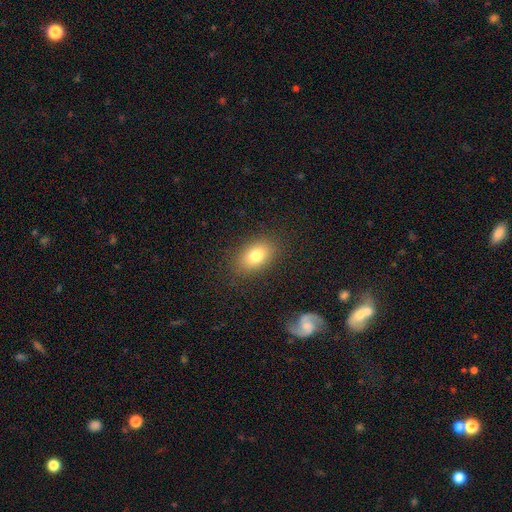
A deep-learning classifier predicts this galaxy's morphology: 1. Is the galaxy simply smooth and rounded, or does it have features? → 78% smooth, 12% featured or disk, 10% star or artifact.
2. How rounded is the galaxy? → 85% in between, 13% round, 2% cigar-shaped.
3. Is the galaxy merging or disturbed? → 86% none, 9% minor disturbance, 3% major disturbance, 1% merger.